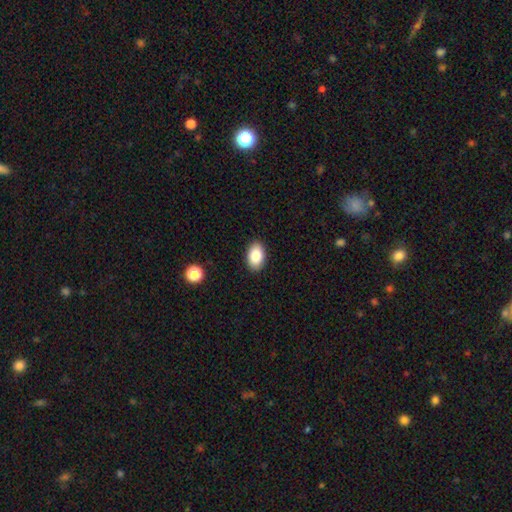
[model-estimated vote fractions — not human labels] Morphology: type=smooth (85%); roundness=in between (90%); merging=none (90%).